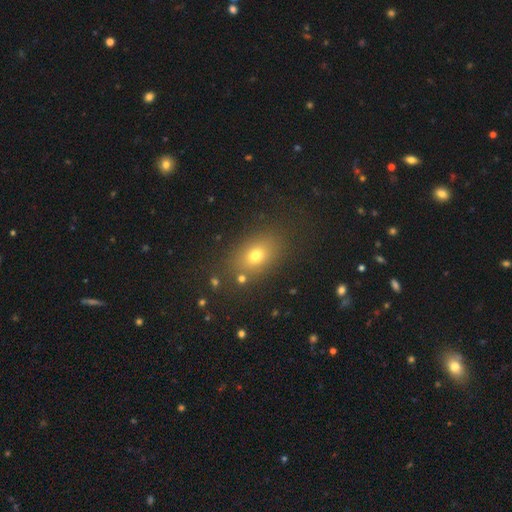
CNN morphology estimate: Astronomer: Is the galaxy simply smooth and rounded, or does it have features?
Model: smooth — 71%.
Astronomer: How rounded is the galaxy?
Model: in between — 71%.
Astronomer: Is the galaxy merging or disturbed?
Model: none — 82%.